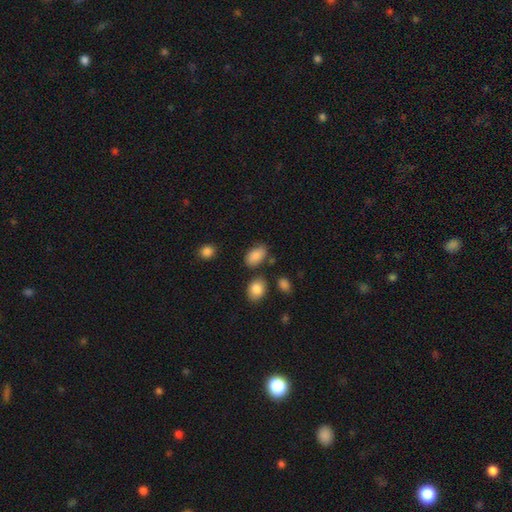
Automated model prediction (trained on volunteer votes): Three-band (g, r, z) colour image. It shows a smooth galaxy with no disk features (86%) that is in between round and cigar-shaped (90%). Merging: none (72%).